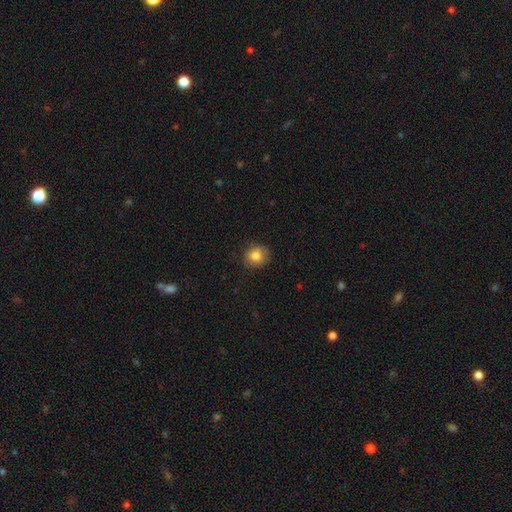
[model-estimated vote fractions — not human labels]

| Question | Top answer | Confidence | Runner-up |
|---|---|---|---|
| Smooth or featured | smooth | 83% | star or artifact (10%) |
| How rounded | round | 80% | in between (19%) |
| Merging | none | 84% | minor disturbance (12%) |